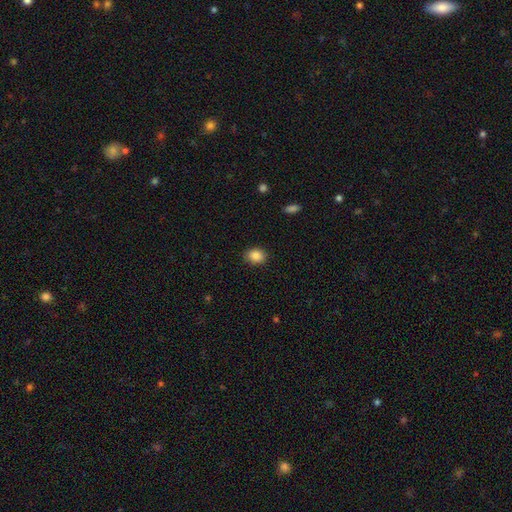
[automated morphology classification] Smooth or featured? Predicted: smooth (p=0.87). How rounded? Predicted: in between (p=0.56). Merging? Predicted: none (p=0.88).